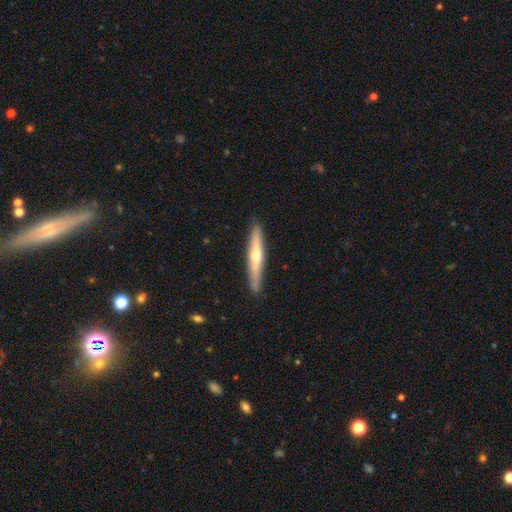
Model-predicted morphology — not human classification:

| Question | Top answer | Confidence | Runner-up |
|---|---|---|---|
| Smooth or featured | featured or disk | 57% | smooth (37%) |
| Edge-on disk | yes | 94% | no (6%) |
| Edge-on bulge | rounded | 82% | none (15%) |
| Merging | none | 90% | minor disturbance (7%) |